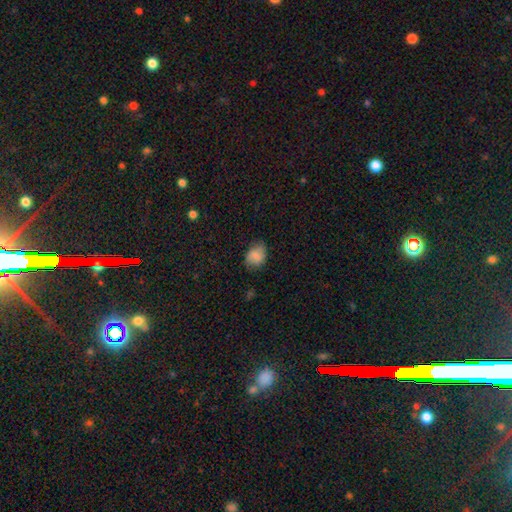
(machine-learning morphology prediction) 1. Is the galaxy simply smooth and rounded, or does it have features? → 80% smooth, 12% featured or disk, 8% star or artifact.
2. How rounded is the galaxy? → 63% in between, 36% round, 1% cigar-shaped.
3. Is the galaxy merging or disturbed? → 65% none, 28% minor disturbance, 7% major disturbance, 1% merger.